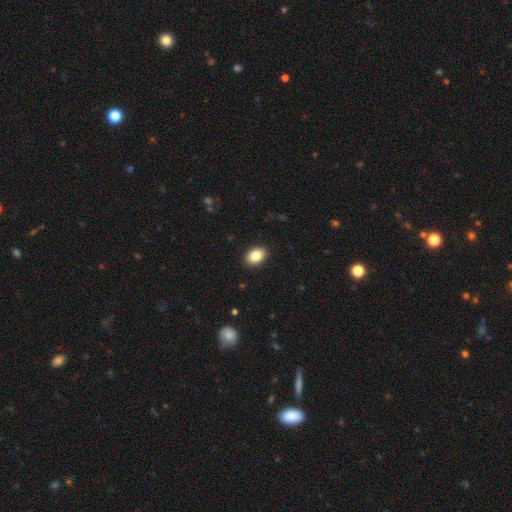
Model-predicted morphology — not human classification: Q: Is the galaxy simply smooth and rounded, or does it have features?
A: smooth — 86%.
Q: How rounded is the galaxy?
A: in between — 80%.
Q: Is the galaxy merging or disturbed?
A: none — 90%.